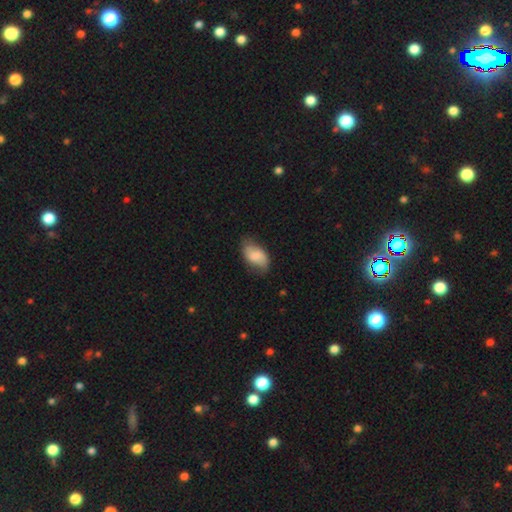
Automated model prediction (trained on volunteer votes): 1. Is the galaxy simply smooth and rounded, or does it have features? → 74% smooth, 20% featured or disk, 7% star or artifact.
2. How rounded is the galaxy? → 93% in between, 5% round, 2% cigar-shaped.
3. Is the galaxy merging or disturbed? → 64% none, 28% minor disturbance, 7% major disturbance, 1% merger.